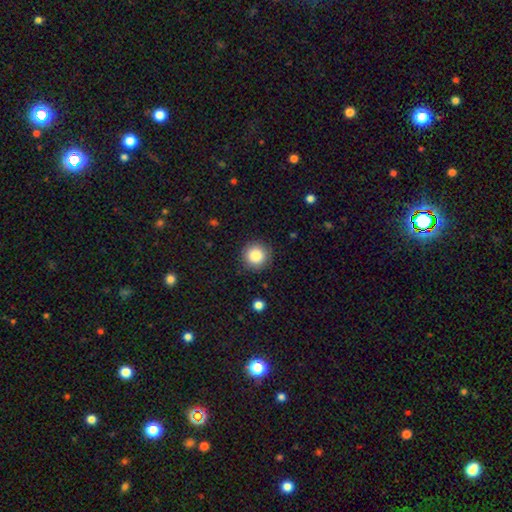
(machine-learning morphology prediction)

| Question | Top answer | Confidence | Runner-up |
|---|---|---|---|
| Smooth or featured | smooth | 85% | star or artifact (9%) |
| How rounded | round | 95% | in between (4%) |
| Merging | none | 90% | minor disturbance (7%) |